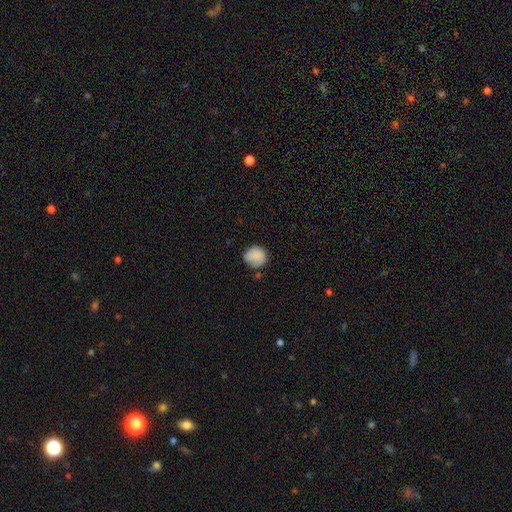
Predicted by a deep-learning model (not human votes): smooth 87%, star or artifact 8%, featured or disk 5%. Down the decision tree: how rounded — round (87%); merging — none (75%).